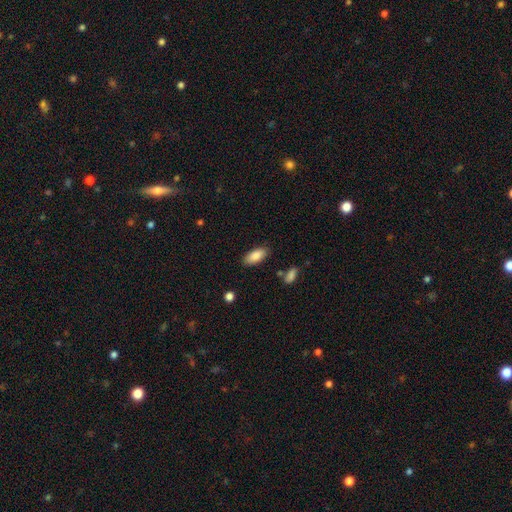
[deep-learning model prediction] Overall: smooth (86%). How rounded: in between (86%). Merging: none (85%).